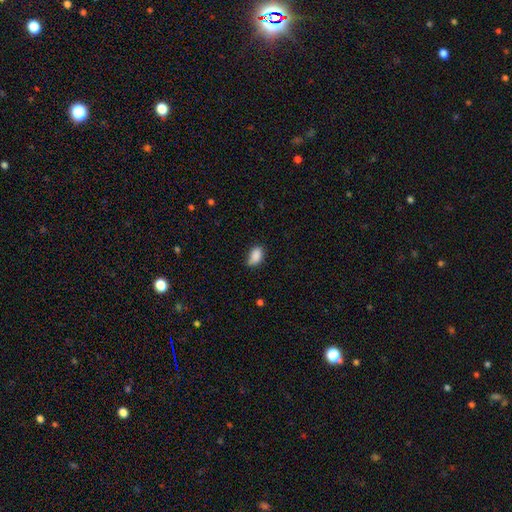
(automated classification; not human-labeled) A smooth galaxy with no disk features (86%) that is in between round and cigar-shaped (89%).

Vote fractions:
- Smooth or featured? smooth: 86% / star or artifact: 8% / featured or disk: 5%
- How rounded? in between: 89% / round: 9% / cigar-shaped: 3%
- Merging? none: 58% / minor disturbance: 33% / major disturbance: 6% / merger: 3%